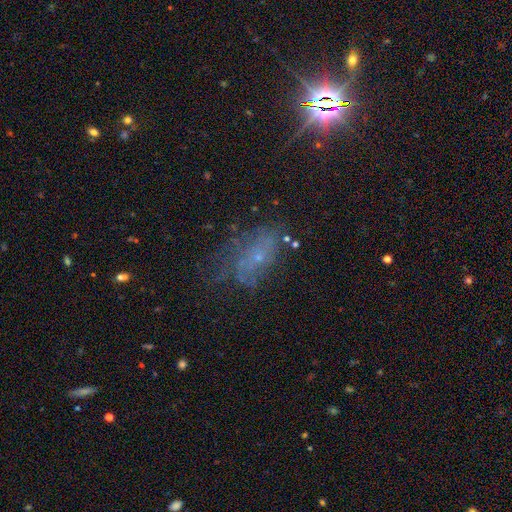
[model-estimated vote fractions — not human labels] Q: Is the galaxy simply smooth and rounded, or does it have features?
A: star or artifact — 37%.